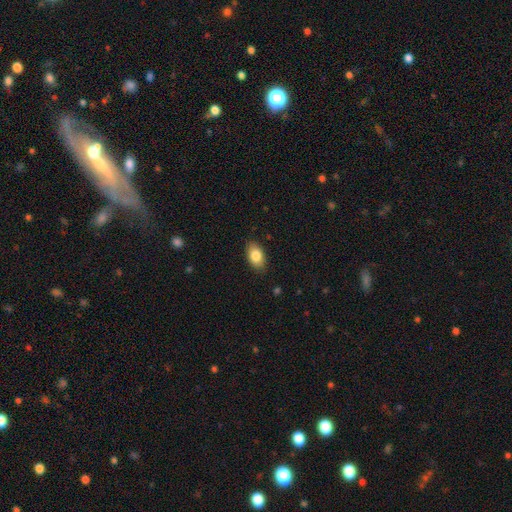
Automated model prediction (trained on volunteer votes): smooth-or-featured: smooth: 83% | featured or disk: 9% | star or artifact: 7%
  how-rounded: in between: 92% | round: 6% | cigar-shaped: 2%
  merging: none: 87% | minor disturbance: 10% | major disturbance: 2% | merger: 1%